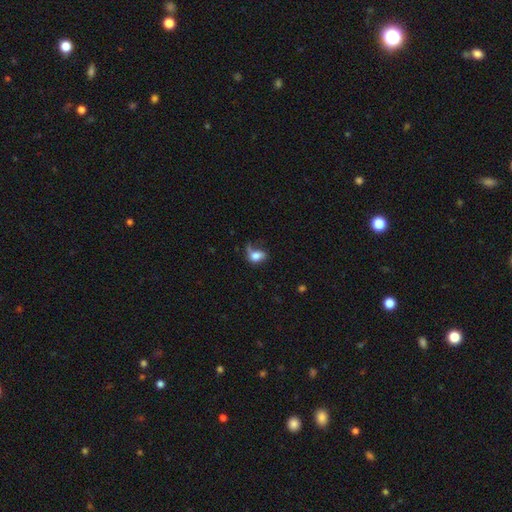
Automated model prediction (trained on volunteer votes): Overall: smooth (74%). How rounded: in between (77%). Merging: major disturbance (32%; none 31%).